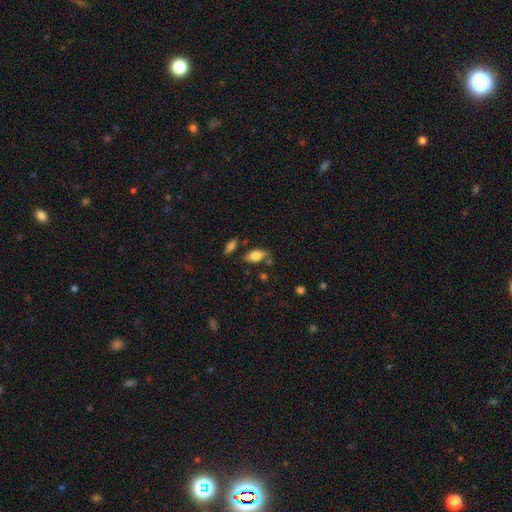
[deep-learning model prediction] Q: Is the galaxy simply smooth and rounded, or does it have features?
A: smooth — 71%.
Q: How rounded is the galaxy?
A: in between — 83%.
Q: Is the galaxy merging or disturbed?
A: none — 71%.